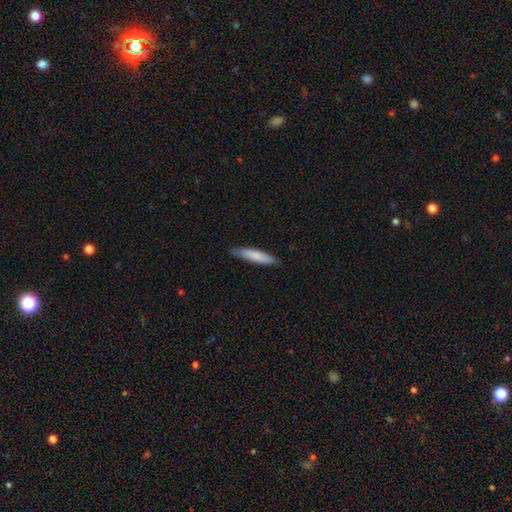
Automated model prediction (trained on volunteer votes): This appears to be a smooth galaxy with no disk features (79%) that is cigar-shaped (82%). Merging: none (85%).